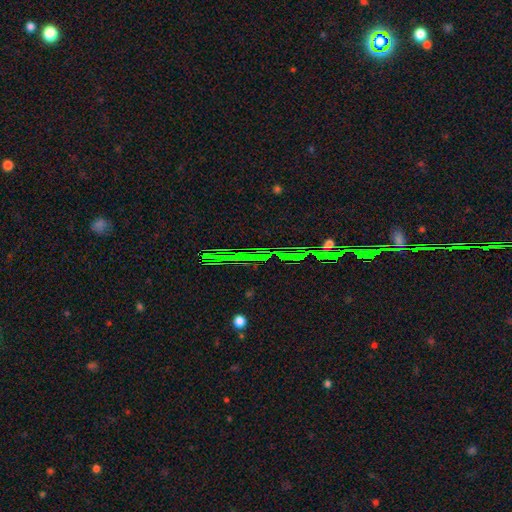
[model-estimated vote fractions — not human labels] star or artifact 75%, smooth 13%, featured or disk 12%.